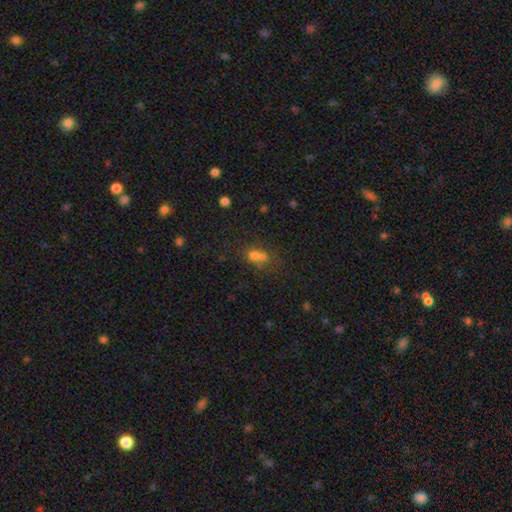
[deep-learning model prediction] Smooth or featured: smooth — 61% (star or artifact — 23%)
How rounded: round — 60% (in between — 37%)
Merging: merger — 49% (none — 35%)